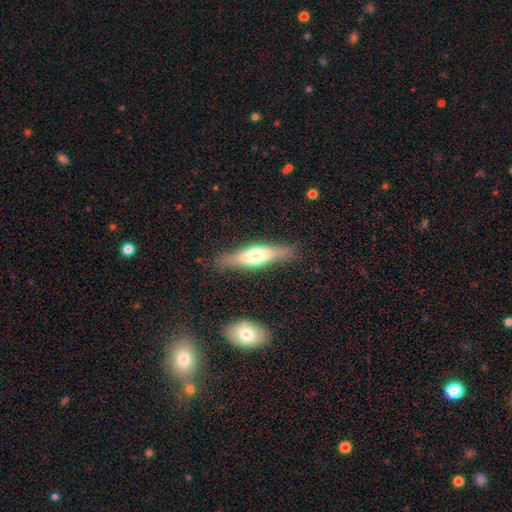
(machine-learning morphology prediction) smooth 48%, featured or disk 46%, star or artifact 6%. Down the decision tree: merging — none (85%).